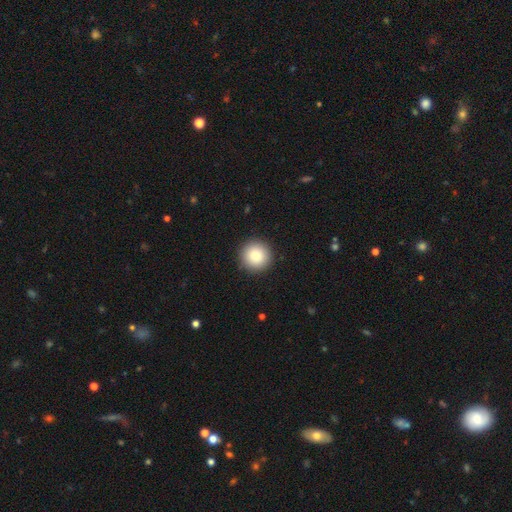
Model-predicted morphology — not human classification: smooth-or-featured: smooth: 86% | star or artifact: 8% | featured or disk: 5%
  how-rounded: round: 95% | in between: 4% | cigar-shaped: 1%
  merging: none: 92% | minor disturbance: 5% | major disturbance: 2% | merger: 1%